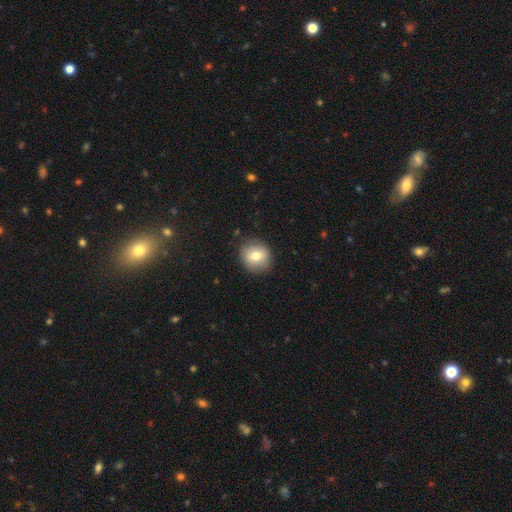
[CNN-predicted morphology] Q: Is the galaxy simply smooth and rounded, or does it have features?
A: smooth — 73%.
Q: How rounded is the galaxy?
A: round — 89%.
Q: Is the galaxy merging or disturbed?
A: none — 88%.